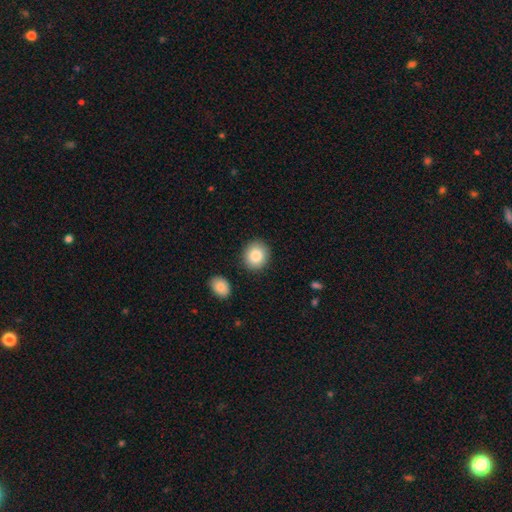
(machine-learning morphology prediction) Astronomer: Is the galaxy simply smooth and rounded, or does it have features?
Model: smooth — 85%.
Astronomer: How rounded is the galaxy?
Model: round — 78%.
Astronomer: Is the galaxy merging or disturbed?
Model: none — 87%.